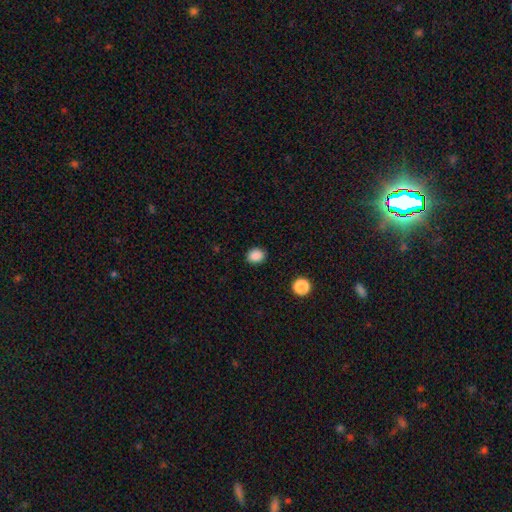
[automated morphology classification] Smooth or featured: smooth — 87% (star or artifact — 10%)
How rounded: round — 62% (in between — 37%)
Merging: none — 89% (minor disturbance — 8%)